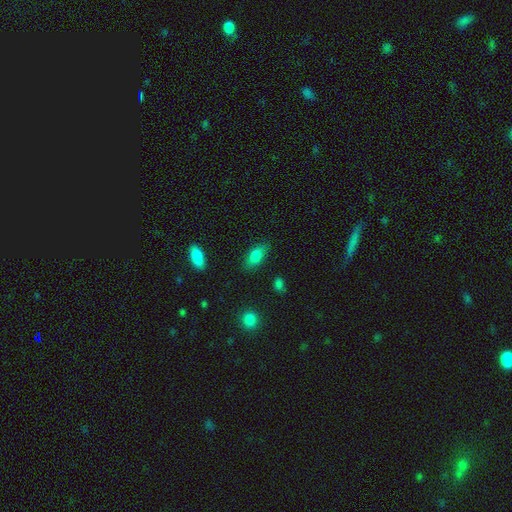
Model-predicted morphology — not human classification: This is clearly a smooth galaxy (81%). How rounded: clearly in between (85%). Merging: clearly none (81%).